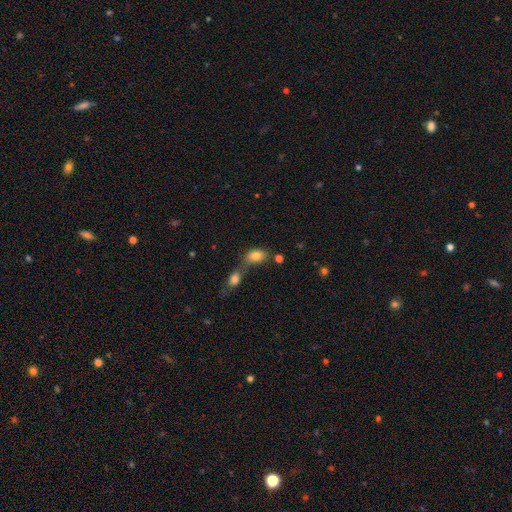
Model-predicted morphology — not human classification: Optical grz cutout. It shows a smooth galaxy with no disk features (81%) that is in between round and cigar-shaped (79%). Merging: merger (55%).